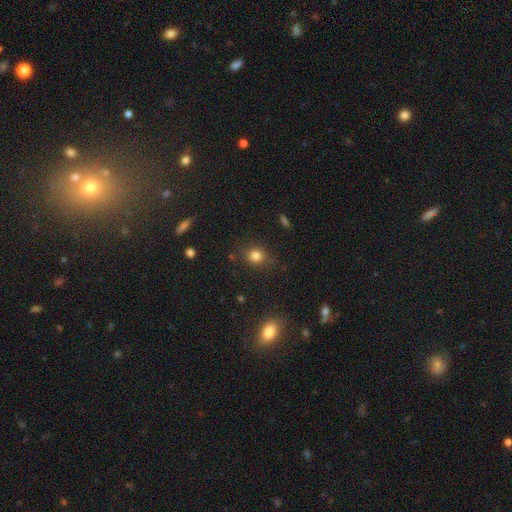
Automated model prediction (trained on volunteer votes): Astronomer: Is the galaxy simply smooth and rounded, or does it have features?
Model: smooth — 80%.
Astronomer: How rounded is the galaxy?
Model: round — 75%.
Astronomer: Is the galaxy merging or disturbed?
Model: none — 81%.